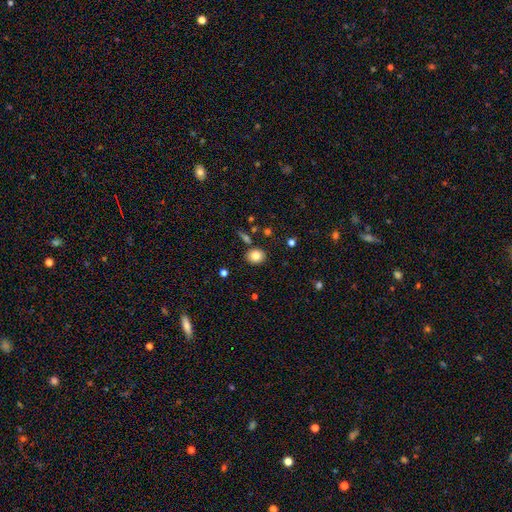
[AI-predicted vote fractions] The model was most divided on "how rounded": round: 68%, in between: 31%, cigar-shaped: 1%. More confident: merging — none (85%); smooth or featured — smooth (82%).